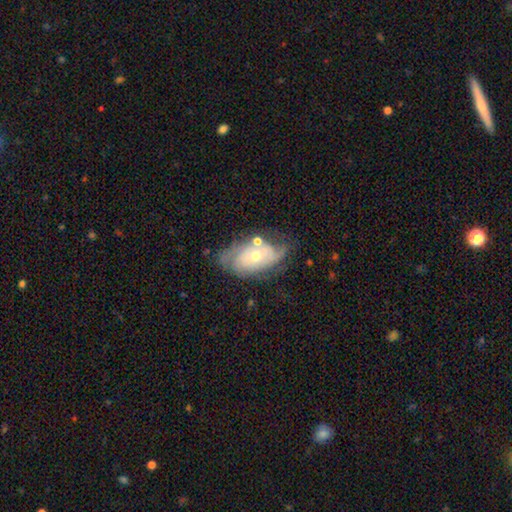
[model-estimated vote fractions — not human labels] The model was most divided on "spiral arm count": 2: 39%, can't tell: 38%, 3: 11%, 1: 5%, 4: 4%, more than 4: 3%. Remaining: edge-on disk — no (93%); spiral arms — yes (83%); bar — no (77%); smooth or featured — featured or disk (72%); merging — none (57%); spiral winding — tight (52%); bulge size — moderate (49%).